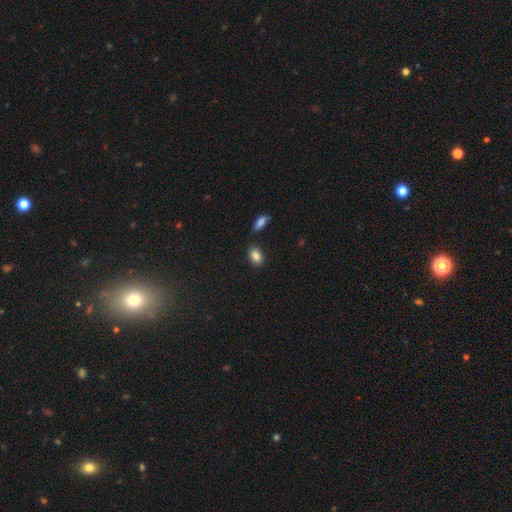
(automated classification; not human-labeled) Morphology: type=smooth (87%); roundness=in between (85%); merging=none (78%).